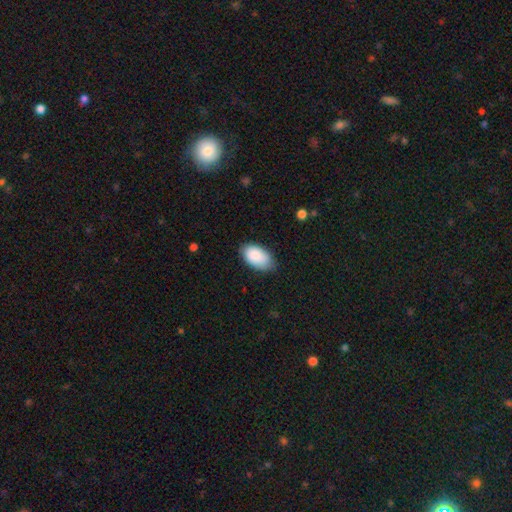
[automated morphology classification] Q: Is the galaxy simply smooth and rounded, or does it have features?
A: smooth — 87%.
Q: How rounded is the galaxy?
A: in between — 95%.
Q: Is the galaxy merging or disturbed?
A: none — 73%.